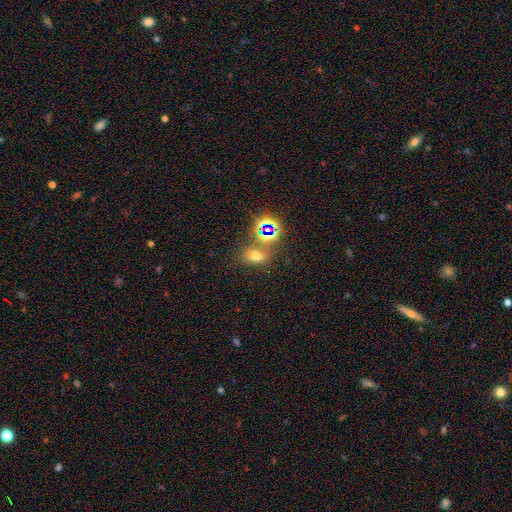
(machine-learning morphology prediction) Smooth or featured? smooth (55%)
How rounded? in between (67%)
Merging? none (63%)